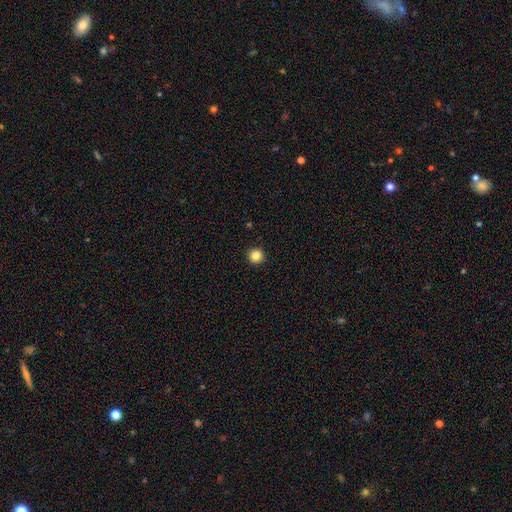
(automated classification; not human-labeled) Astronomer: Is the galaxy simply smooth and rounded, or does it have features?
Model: smooth — 85%.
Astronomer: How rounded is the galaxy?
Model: round — 95%.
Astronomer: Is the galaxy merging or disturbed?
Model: none — 93%.